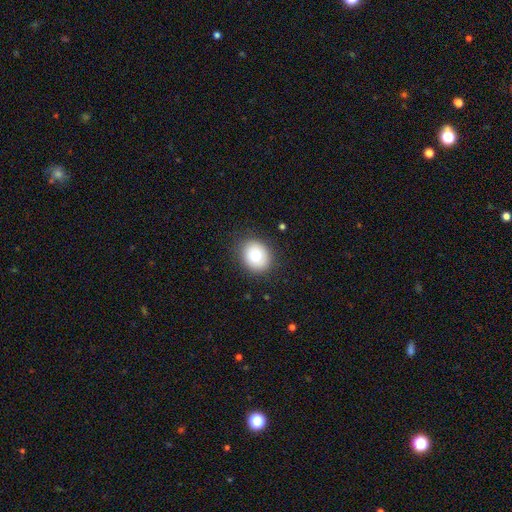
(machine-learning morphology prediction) Q: Smooth or featured?
A: smooth (78%); runner-up: featured or disk (13%)
Q: How rounded?
A: round (61%); runner-up: in between (38%)
Q: Merging?
A: none (86%); runner-up: minor disturbance (10%)